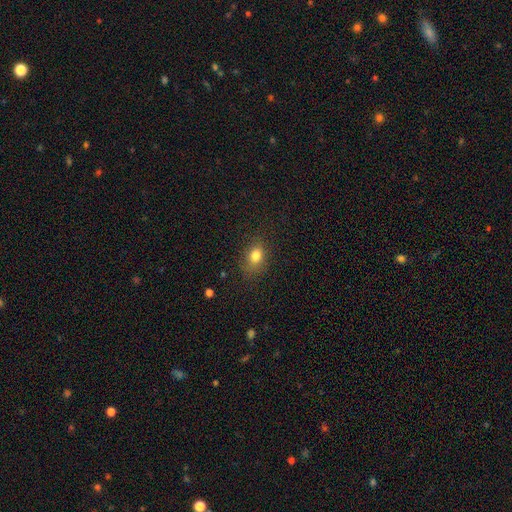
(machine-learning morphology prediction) Overall: smooth (80%). How rounded: in between (66%; round 32%). Merging: none (77%).